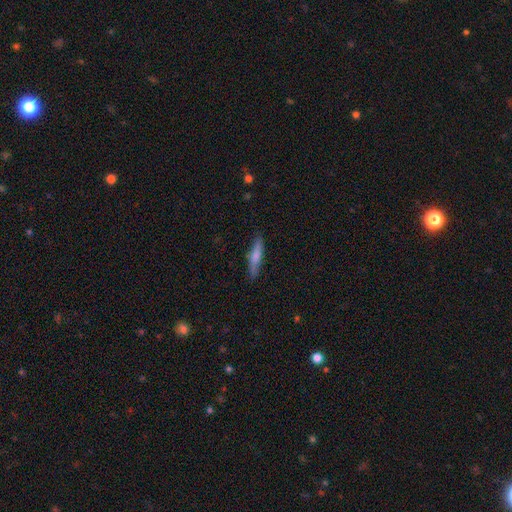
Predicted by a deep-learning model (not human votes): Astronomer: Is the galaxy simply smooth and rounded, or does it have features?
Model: smooth — 69%.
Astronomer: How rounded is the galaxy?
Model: cigar-shaped — 85%.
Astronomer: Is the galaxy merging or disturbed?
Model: none — 84%.